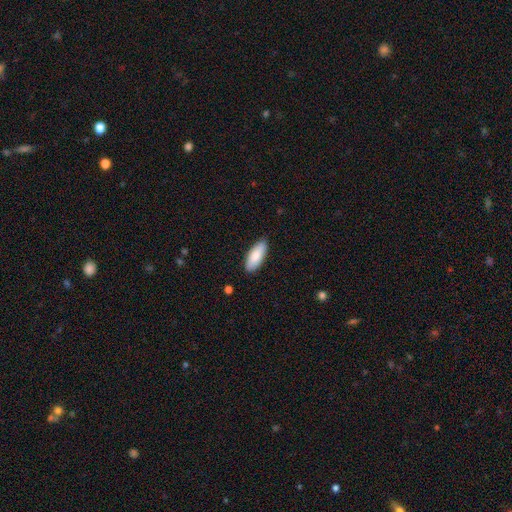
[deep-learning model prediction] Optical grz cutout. It shows a smooth galaxy with no disk features (83%) that is in between round and cigar-shaped (79%). Merging: none (86%).